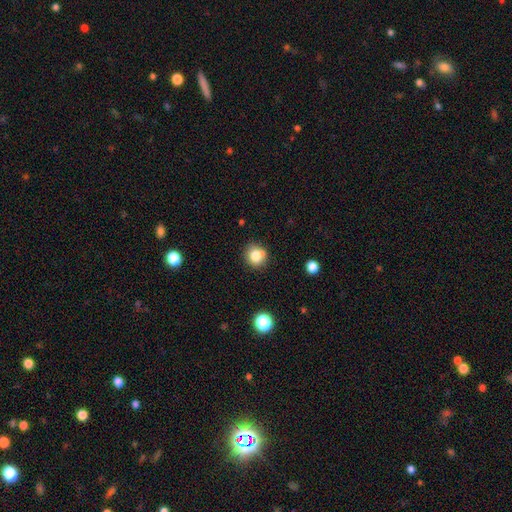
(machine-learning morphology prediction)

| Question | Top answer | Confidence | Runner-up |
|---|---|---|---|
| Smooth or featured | smooth | 78% | star or artifact (12%) |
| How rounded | round | 87% | in between (12%) |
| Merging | none | 70% | minor disturbance (13%) |